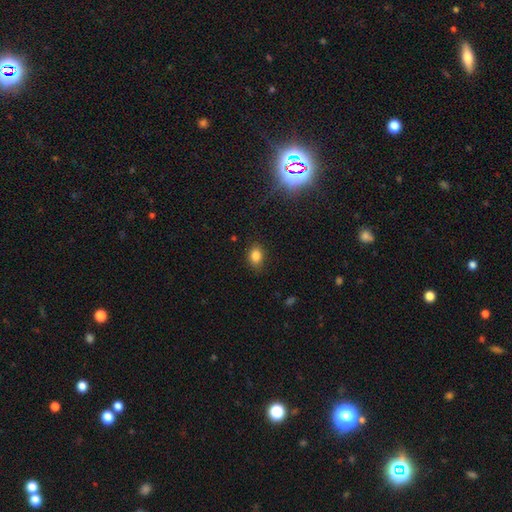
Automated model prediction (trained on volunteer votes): smooth-or-featured: smooth: 83% | star or artifact: 11% | featured or disk: 5%
  how-rounded: in between: 72% | round: 27% | cigar-shaped: 1%
  merging: none: 82% | minor disturbance: 13% | major disturbance: 3% | merger: 1%